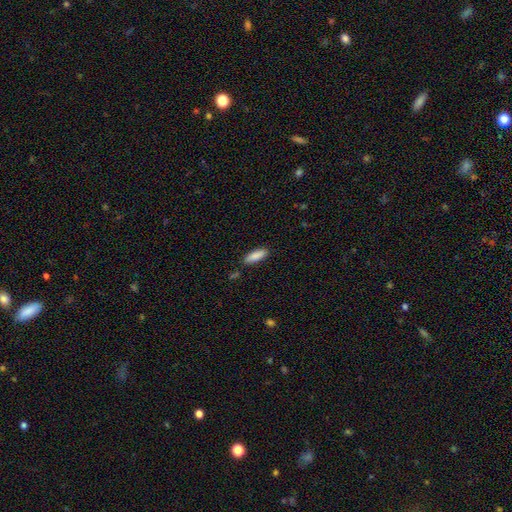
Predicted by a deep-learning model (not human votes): This is clearly a smooth galaxy (88%). How rounded: possibly in between (58%). Merging: clearly none (86%).